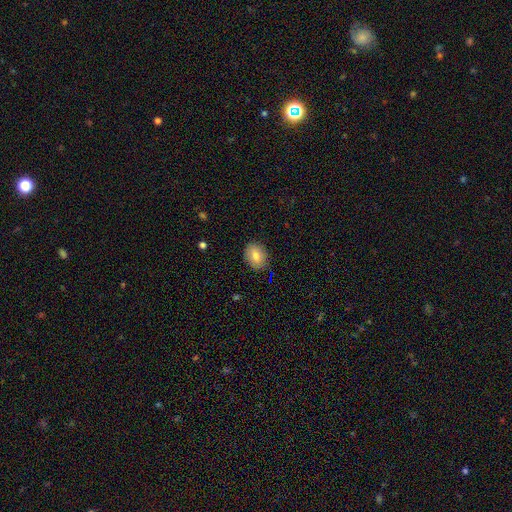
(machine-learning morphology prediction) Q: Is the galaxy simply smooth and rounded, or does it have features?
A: smooth — 78%.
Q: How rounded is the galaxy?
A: in between — 61%.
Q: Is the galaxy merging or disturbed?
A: none — 85%.